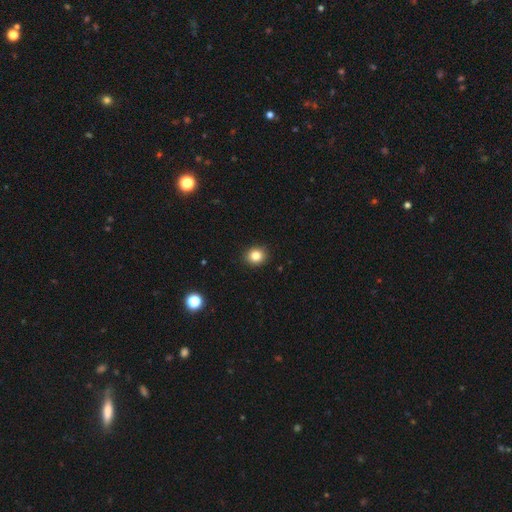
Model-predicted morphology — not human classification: Smooth or featured?
  - smooth: 84% *
  - star or artifact: 11%
  - featured or disk: 5%
How rounded?
  - round: 81% *
  - in between: 18%
  - cigar-shaped: 1%
Merging?
  - none: 91% *
  - minor disturbance: 6%
  - major disturbance: 2%
  - merger: 1%